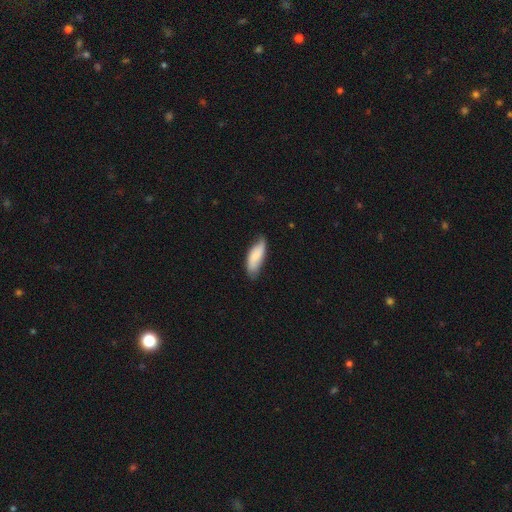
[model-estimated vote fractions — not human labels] smooth-or-featured: smooth: 69% | featured or disk: 24% | star or artifact: 7%
  how-rounded: in between: 71% | cigar-shaped: 27% | round: 2%
  merging: none: 63% | minor disturbance: 29% | major disturbance: 6% | merger: 2%